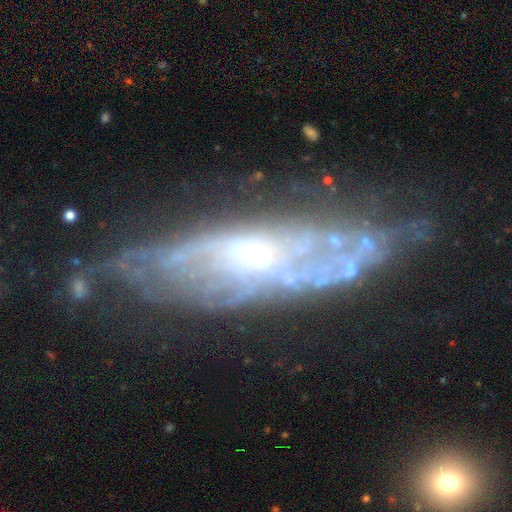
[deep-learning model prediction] Smooth or featured?
  - featured or disk: 77% *
  - smooth: 14%
  - star or artifact: 8%
Edge-on disk?
  - no: 72% *
  - yes: 28%
Bar?
  - no: 58% *
  - weak: 32%
  - strong: 10%
Spiral arms?
  - yes: 65% *
  - no: 35%
Bulge size?
  - moderate: 44% *
  - small: 40%
  - none: 9%
  - large: 6%
  - dominant: 2%
Merging?
  - none: 53% *
  - minor disturbance: 24%
  - major disturbance: 17%
  - merger: 5%